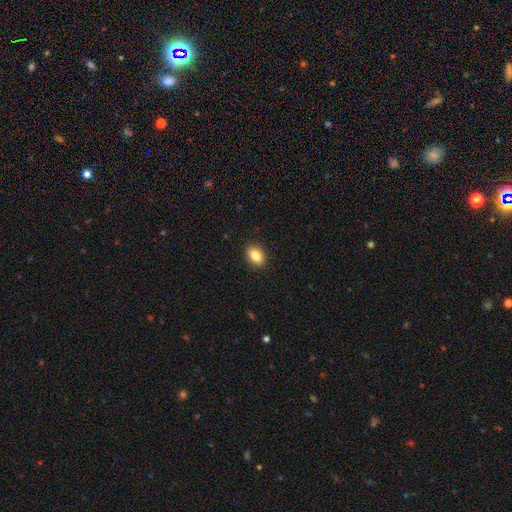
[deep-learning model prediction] Q: Smooth or featured?
A: smooth (85%); runner-up: star or artifact (8%)
Q: How rounded?
A: in between (84%); runner-up: round (15%)
Q: Merging?
A: none (90%); runner-up: minor disturbance (7%)